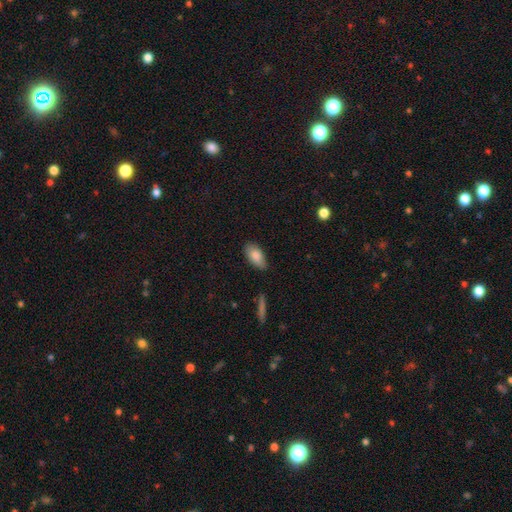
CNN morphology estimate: This appears to be a smooth galaxy with no disk features (85%) that is in between round and cigar-shaped (92%). Merging: none (74%).